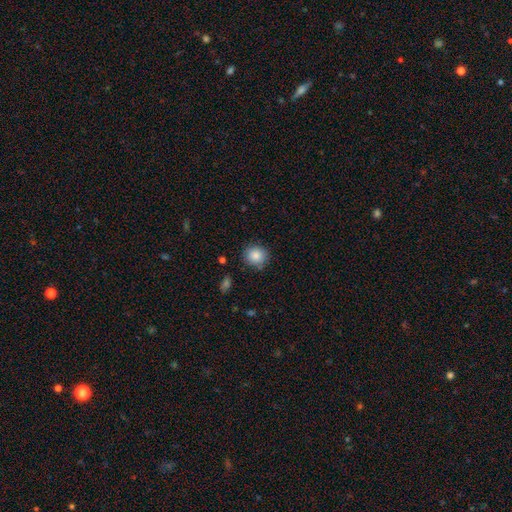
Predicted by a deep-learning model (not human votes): Smooth or featured: smooth — 86% (star or artifact — 8%)
How rounded: round — 89% (in between — 10%)
Merging: none — 83% (minor disturbance — 12%)